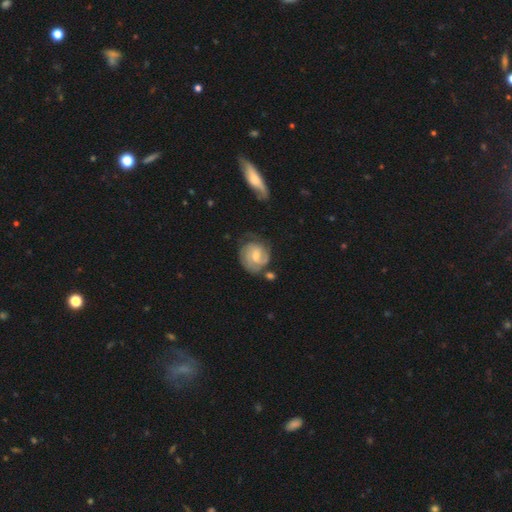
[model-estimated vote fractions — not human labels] smooth-or-featured: featured or disk: 65% | smooth: 29% | star or artifact: 6%
  disk-edge-on: no: 97% | yes: 3%
    bar: weak: 51% | no: 40% | strong: 9%
    has-spiral-arms: yes: 88% | no: 12%
      spiral-winding: tight: 54% | medium: 34% | loose: 12%
      spiral-arm-count: 2: 48% | can't tell: 28% | 3: 10% | 1: 9% | 4: 3% | more than 4: 2%
    bulge-size: moderate: 48% | small: 42% | none: 5% | large: 4% | dominant: 1%
  merging: none: 57% | minor disturbance: 23% | major disturbance: 11% | merger: 8%